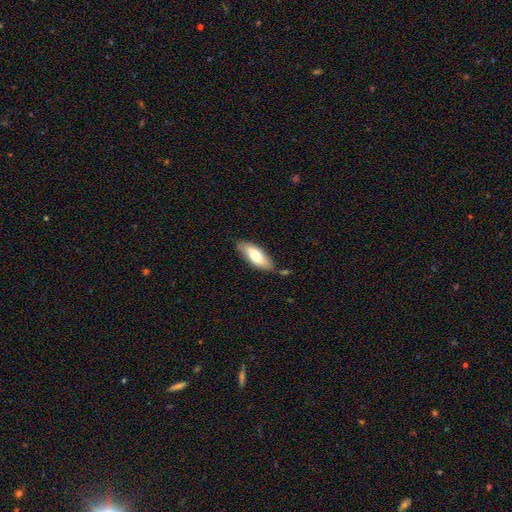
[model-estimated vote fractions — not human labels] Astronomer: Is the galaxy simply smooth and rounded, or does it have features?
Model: smooth — 72%.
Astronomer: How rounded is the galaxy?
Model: in between — 74%.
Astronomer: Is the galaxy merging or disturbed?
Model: none — 72%.